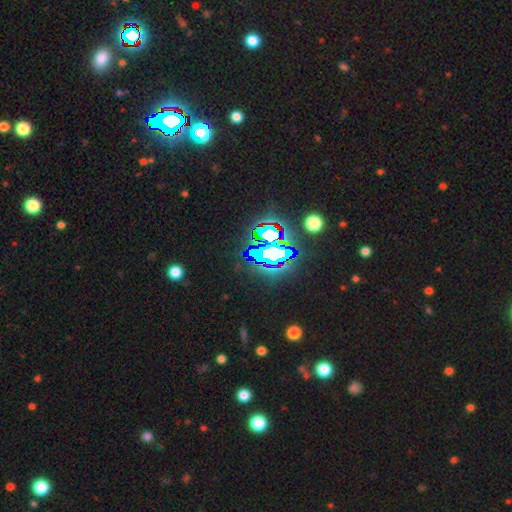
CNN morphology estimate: A star or artifact, not a galaxy (77%).